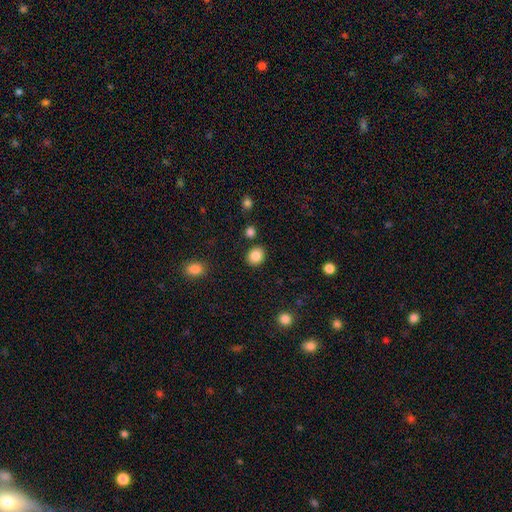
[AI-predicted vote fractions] smooth-or-featured: smooth: 86% | star or artifact: 9% | featured or disk: 5%
  how-rounded: round: 63% | in between: 36% | cigar-shaped: 1%
  merging: none: 85% | minor disturbance: 8% | merger: 4% | major disturbance: 2%